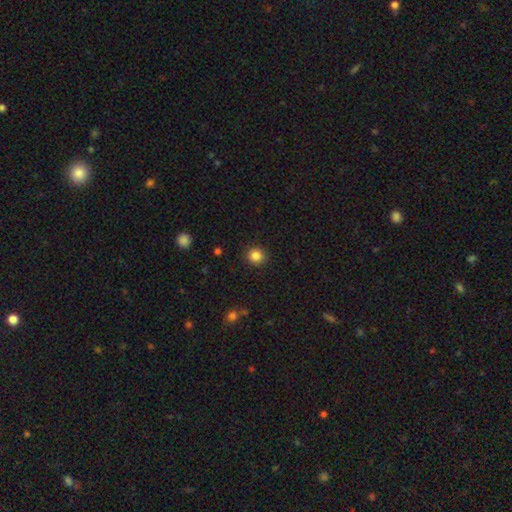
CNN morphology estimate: smooth 85%, star or artifact 11%, featured or disk 4%. Down the decision tree: how rounded — round (92%); merging — none (91%).